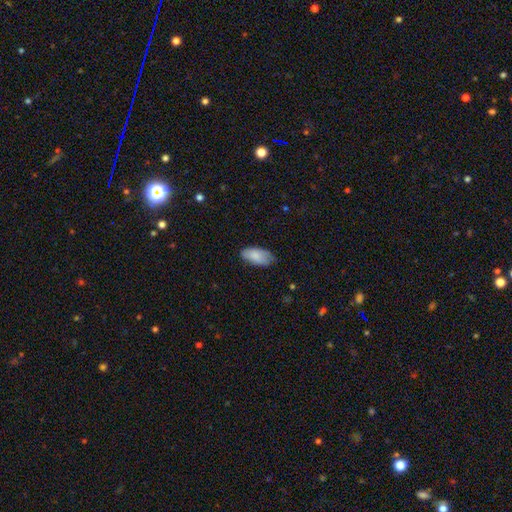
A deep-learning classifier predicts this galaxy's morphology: Overall: smooth (86%). How rounded: in between (92%). Merging: none (70%).